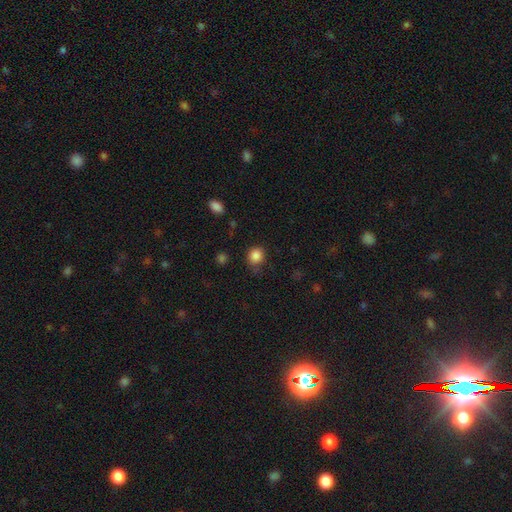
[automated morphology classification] Q: Smooth or featured?
A: smooth (85%); runner-up: star or artifact (11%)
Q: How rounded?
A: round (80%); runner-up: in between (19%)
Q: Merging?
A: none (75%); runner-up: minor disturbance (18%)